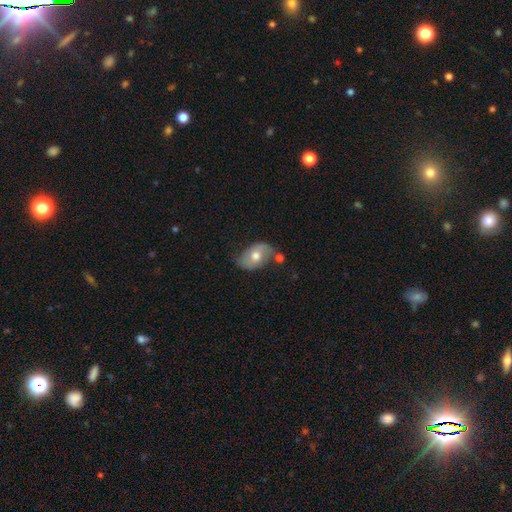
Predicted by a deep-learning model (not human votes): This appears to be a smooth galaxy with no disk features (54%) that is in between round and cigar-shaped (87%). Merging: none (51%).